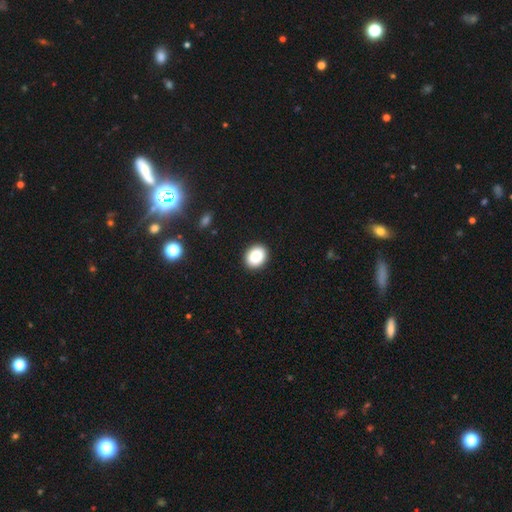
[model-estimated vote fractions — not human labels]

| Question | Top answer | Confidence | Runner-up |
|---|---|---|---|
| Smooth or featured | smooth | 84% | star or artifact (9%) |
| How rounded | round | 55% | in between (45%) |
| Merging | none | 91% | minor disturbance (6%) |